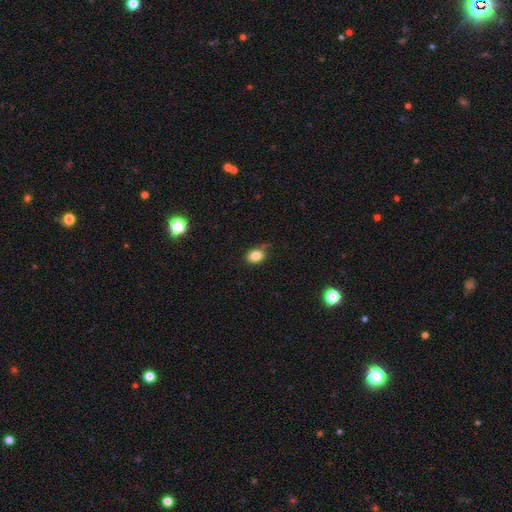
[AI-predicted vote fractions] Smooth or featured: smooth — 84% (star or artifact — 10%)
How rounded: in between — 75% (round — 23%)
Merging: none — 73% (minor disturbance — 20%)